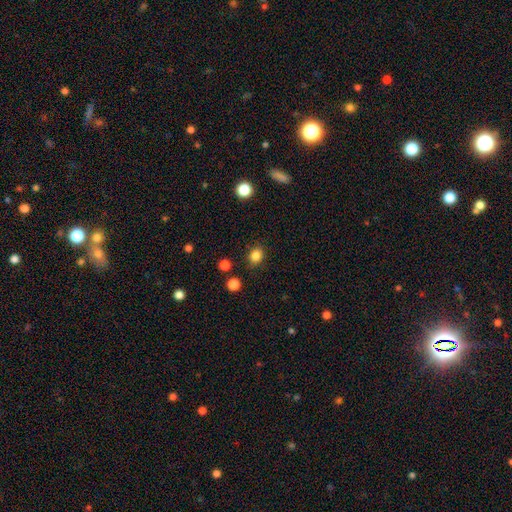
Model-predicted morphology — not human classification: smooth_or_featured: smooth (p=0.84) [alt: star or artifact p=0.12]
how_rounded: round (p=0.61) [alt: in between p=0.38]
merging: none (p=0.87) [alt: minor disturbance p=0.09]